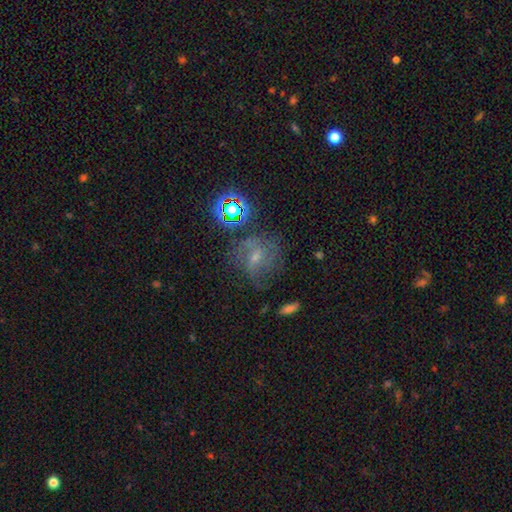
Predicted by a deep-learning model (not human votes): A featured or disk galaxy (46%). Merging: none (54%).